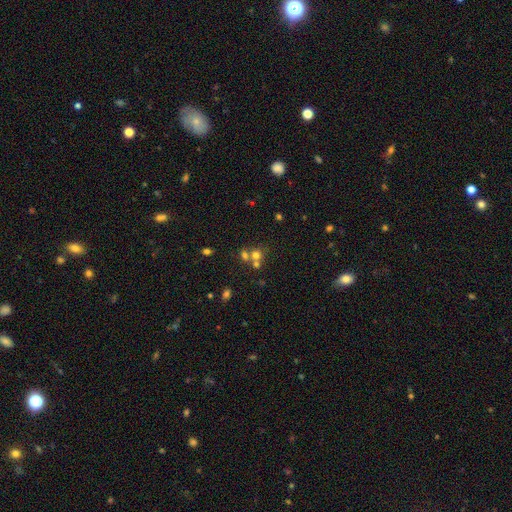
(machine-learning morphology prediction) smooth 62%, star or artifact 21%, featured or disk 17%. Down the decision tree: how rounded — round (80%); merging — merger (48%).